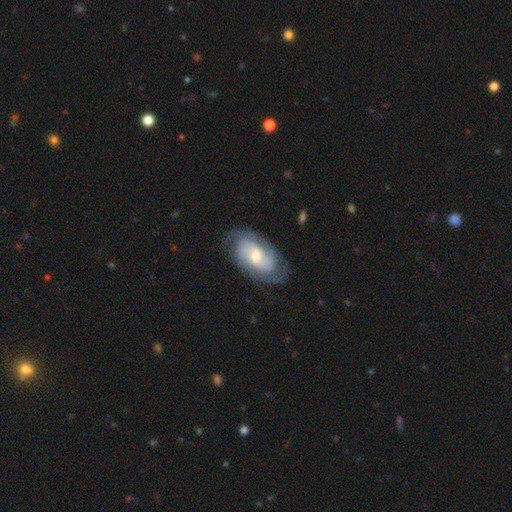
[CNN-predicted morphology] smooth-or-featured: featured or disk: 77% | smooth: 17% | star or artifact: 5%
  disk-edge-on: no: 96% | yes: 4%
    bar: weak: 47% | no: 41% | strong: 12%
    has-spiral-arms: yes: 93% | no: 7%
      spiral-winding: tight: 45% | medium: 41% | loose: 14%
      spiral-arm-count: 2: 50% | can't tell: 24% | 3: 16% | 4: 4% | 1: 4% | more than 4: 3%
    bulge-size: moderate: 49% | small: 43% | large: 5% | none: 2% | dominant: 1%
  merging: none: 74% | minor disturbance: 18% | major disturbance: 7% | merger: 1%